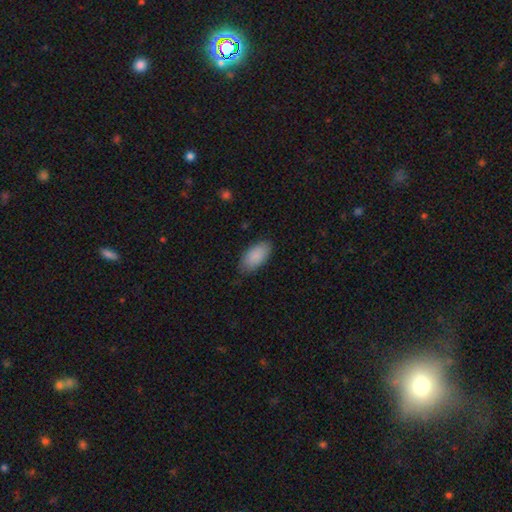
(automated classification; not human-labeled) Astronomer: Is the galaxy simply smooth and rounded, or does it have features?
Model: smooth — 89%.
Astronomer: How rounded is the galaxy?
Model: in between — 94%.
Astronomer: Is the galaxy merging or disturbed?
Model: none — 79%.